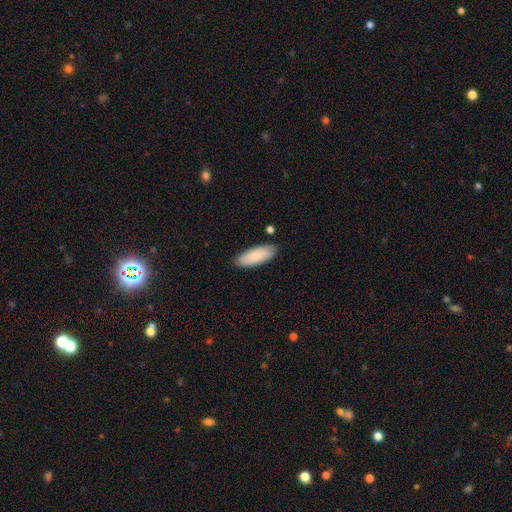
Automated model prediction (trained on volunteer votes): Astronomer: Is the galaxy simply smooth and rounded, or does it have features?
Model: smooth — 87%.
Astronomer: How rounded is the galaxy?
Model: in between — 74%.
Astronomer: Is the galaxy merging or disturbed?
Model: none — 86%.